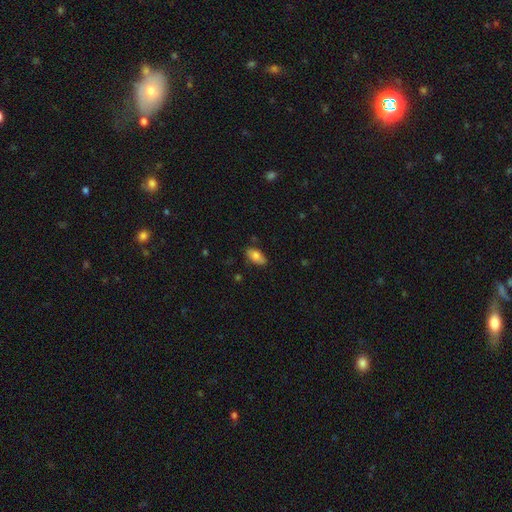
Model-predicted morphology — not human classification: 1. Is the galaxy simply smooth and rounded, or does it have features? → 78% smooth, 15% featured or disk, 7% star or artifact.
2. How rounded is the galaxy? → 92% in between, 5% cigar-shaped, 3% round.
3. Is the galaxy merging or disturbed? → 79% none, 16% minor disturbance, 3% major disturbance, 2% merger.